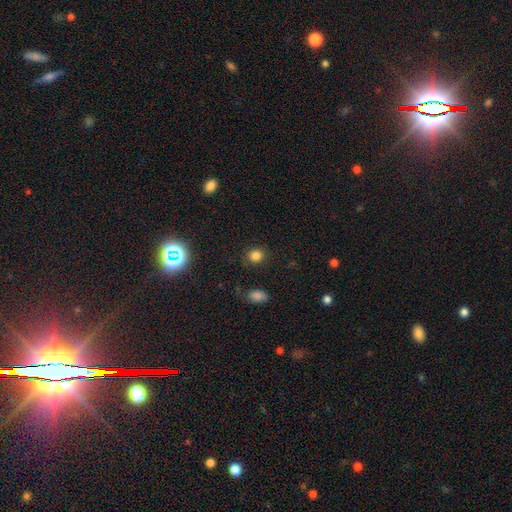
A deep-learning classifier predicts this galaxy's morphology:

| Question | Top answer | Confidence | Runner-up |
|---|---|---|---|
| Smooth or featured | smooth | 82% | star or artifact (13%) |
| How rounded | round | 78% | in between (21%) |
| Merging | none | 87% | minor disturbance (9%) |